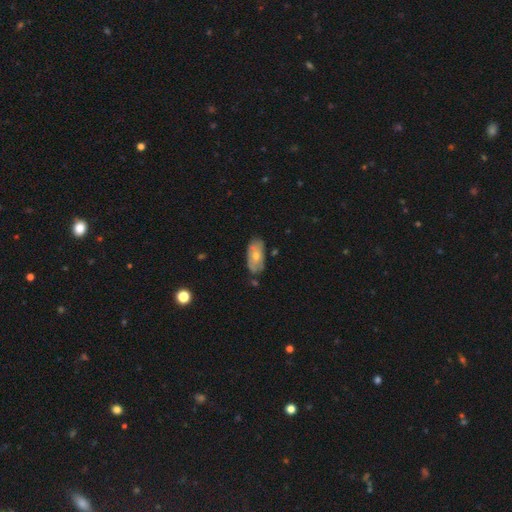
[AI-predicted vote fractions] Smooth or featured: smooth — 57% (featured or disk — 37%)
How rounded: in between — 92% (cigar-shaped — 5%)
Merging: none — 69% (minor disturbance — 23%)